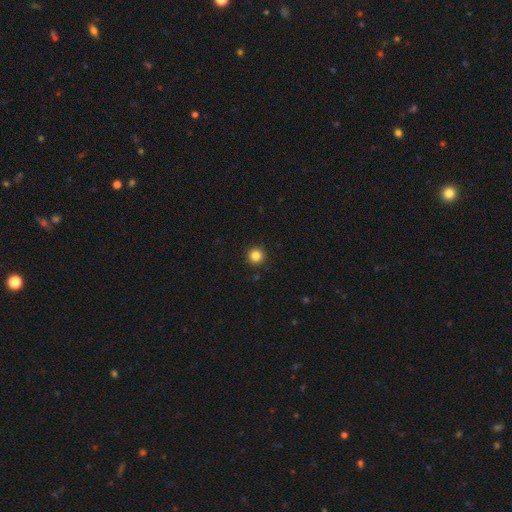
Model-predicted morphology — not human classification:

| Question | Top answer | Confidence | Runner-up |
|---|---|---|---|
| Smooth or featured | smooth | 84% | star or artifact (12%) |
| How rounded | round | 96% | in between (3%) |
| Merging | none | 93% | minor disturbance (5%) |